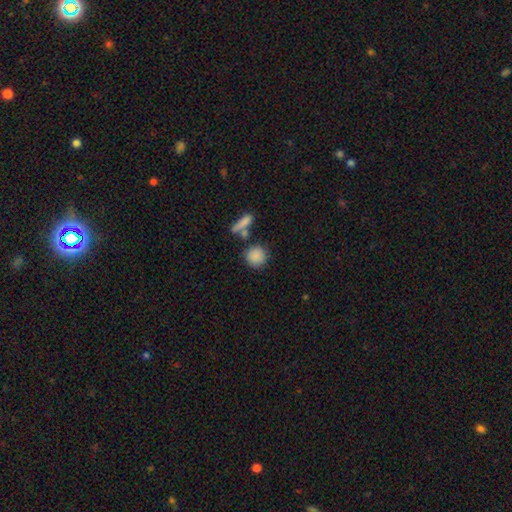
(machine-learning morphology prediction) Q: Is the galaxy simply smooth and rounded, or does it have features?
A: smooth — 87%.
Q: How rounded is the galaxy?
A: round — 86%.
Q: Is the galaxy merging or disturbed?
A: none — 73%.